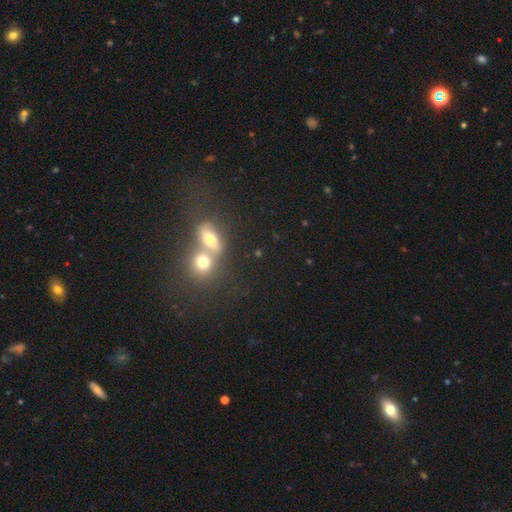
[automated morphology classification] Q: Smooth or featured?
A: smooth (51%); runner-up: star or artifact (27%)
Q: How rounded?
A: round (65%); runner-up: in between (31%)
Q: Merging?
A: merger (68%); runner-up: none (23%)